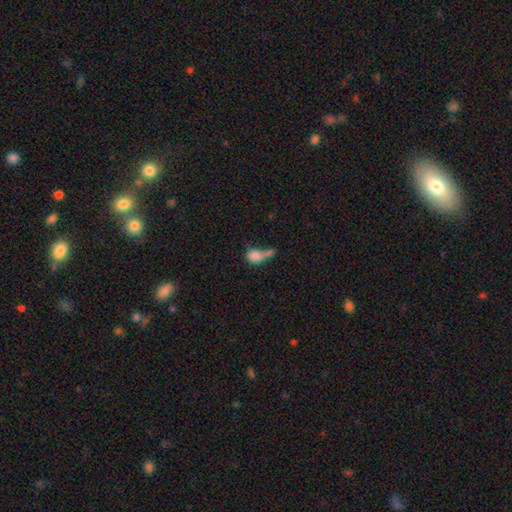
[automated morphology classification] Smooth or featured? Predicted: smooth (p=0.75). How rounded? Predicted: in between (p=0.61). Merging? Predicted: merger (p=0.51).